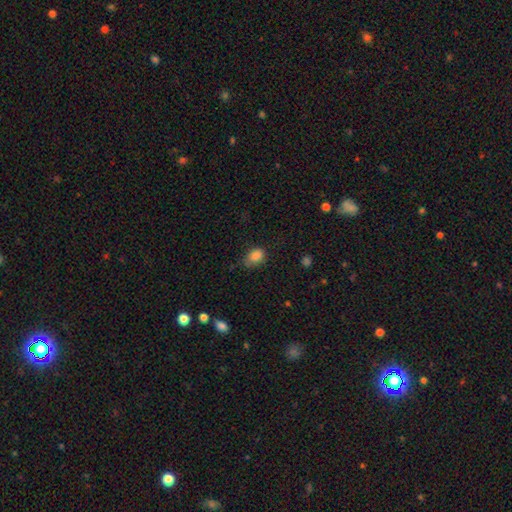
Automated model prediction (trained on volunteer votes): This is clearly a smooth galaxy (85%). How rounded: likely in between (73%). Merging: possibly none (53%).